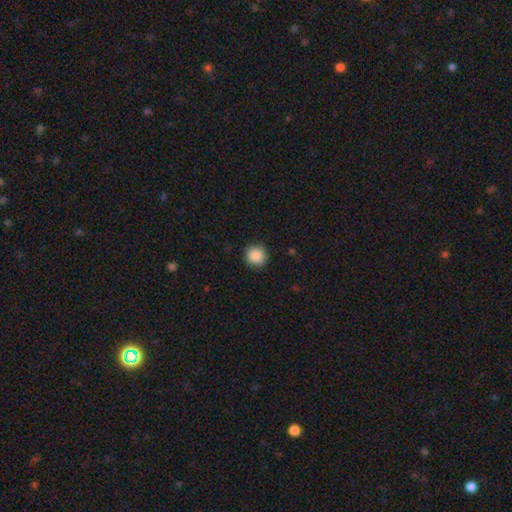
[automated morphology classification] smooth-or-featured: smooth: 88% | star or artifact: 9% | featured or disk: 4%
  how-rounded: round: 93% | in between: 6% | cigar-shaped: 1%
  merging: none: 90% | minor disturbance: 7% | major disturbance: 2% | merger: 1%